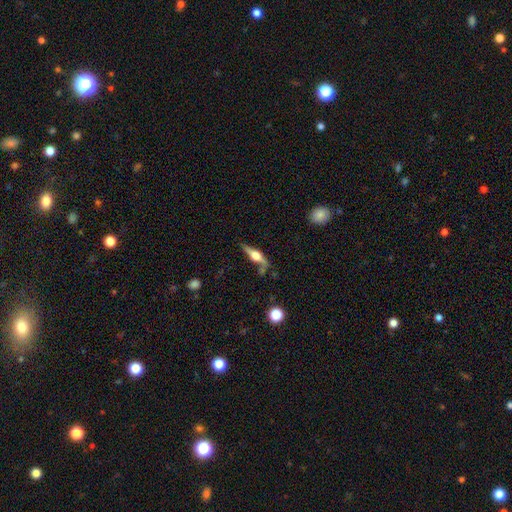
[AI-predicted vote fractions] Q: Smooth or featured?
A: featured or disk (66%); runner-up: smooth (27%)
Q: Edge-on disk?
A: yes (92%); runner-up: no (8%)
Q: Edge-on bulge?
A: rounded (93%); runner-up: boxy (5%)
Q: Merging?
A: none (66%); runner-up: minor disturbance (20%)